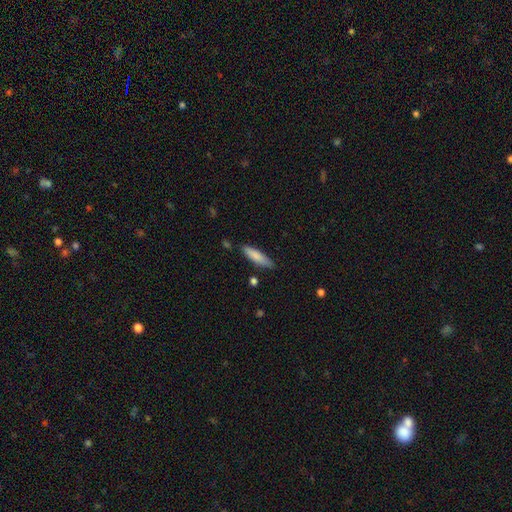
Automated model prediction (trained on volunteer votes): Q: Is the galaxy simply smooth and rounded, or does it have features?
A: smooth — 80%.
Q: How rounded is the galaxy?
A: cigar-shaped — 73%.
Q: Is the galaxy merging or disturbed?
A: none — 83%.